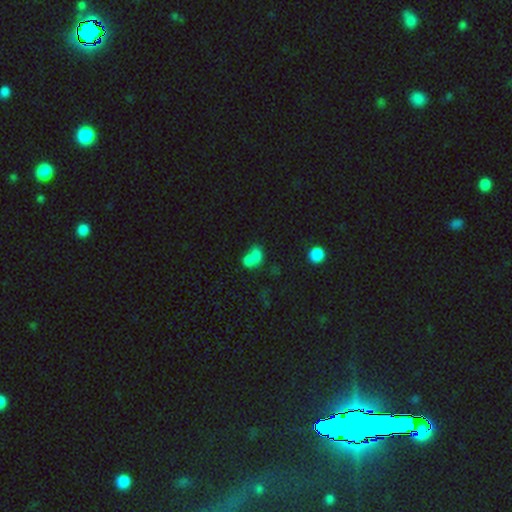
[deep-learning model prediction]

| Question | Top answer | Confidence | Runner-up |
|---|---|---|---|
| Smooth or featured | smooth | 72% | featured or disk (16%) |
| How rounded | in between | 51% | round (47%) |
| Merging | merger | 69% | none (20%) |